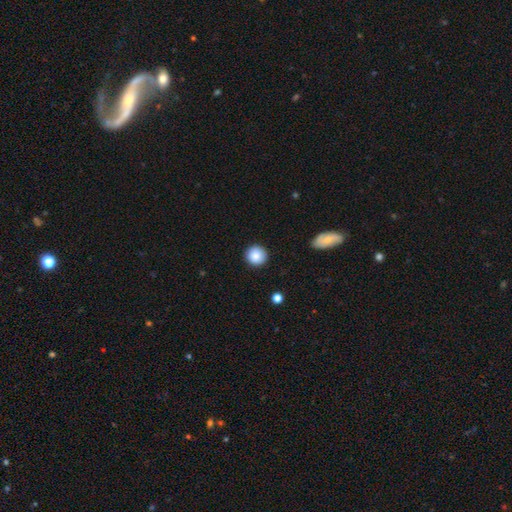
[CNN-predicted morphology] Smooth or featured?
  - smooth: 87% *
  - star or artifact: 8%
  - featured or disk: 5%
How rounded?
  - round: 94% *
  - in between: 5%
  - cigar-shaped: 1%
Merging?
  - none: 90% *
  - minor disturbance: 7%
  - major disturbance: 2%
  - merger: 1%